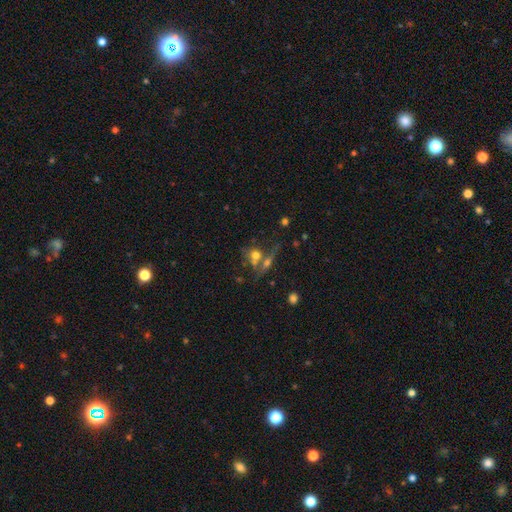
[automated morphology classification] Overall: smooth (54%; featured or disk 32%). How rounded: round (60%; in between 31%). Merging: merger (44%; none 39%).